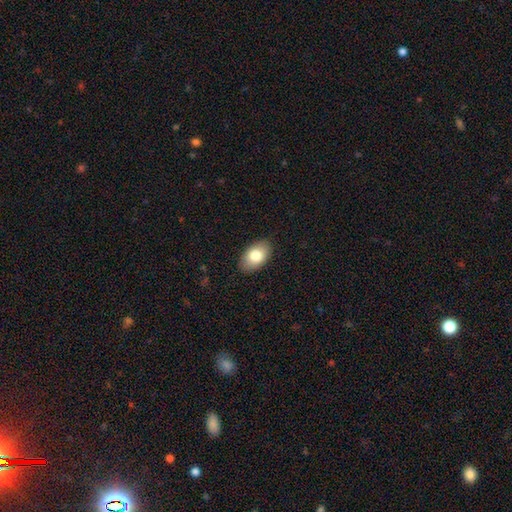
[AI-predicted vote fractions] A smooth galaxy with no disk features (81%) that is in between round and cigar-shaped (92%).

Vote fractions:
- Smooth or featured? smooth: 81% / featured or disk: 13% / star or artifact: 7%
- How rounded? in between: 92% / round: 6% / cigar-shaped: 1%
- Merging? none: 88% / minor disturbance: 9% / major disturbance: 2% / merger: 1%